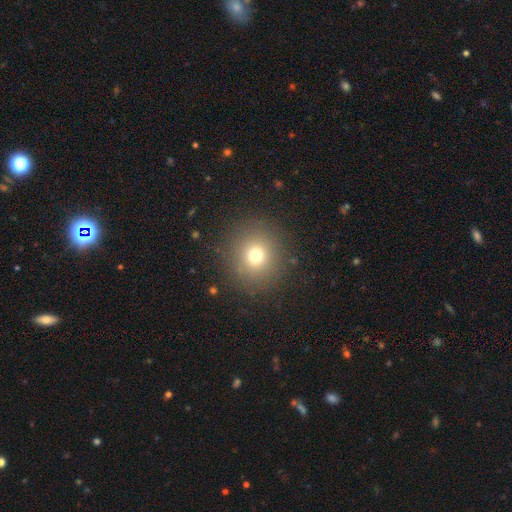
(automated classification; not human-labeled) Overall: smooth (72%). How rounded: round (89%). Merging: none (87%).